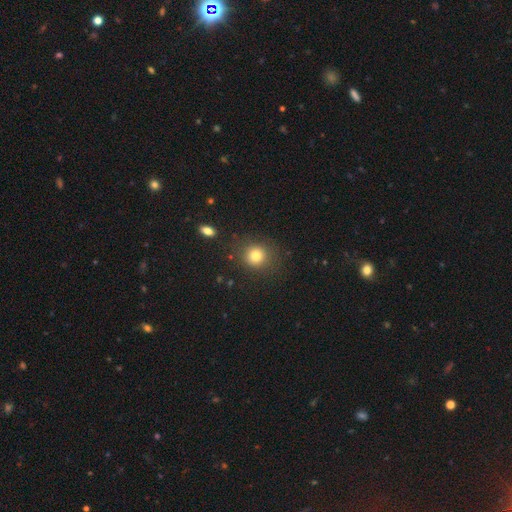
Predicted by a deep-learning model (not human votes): A smooth galaxy with no disk features (80%) that is round (85%). Merging: none (84%).